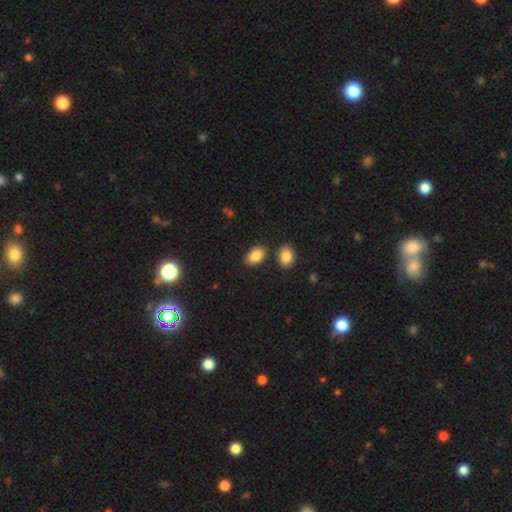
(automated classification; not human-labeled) smooth_or_featured: smooth (p=0.86) [alt: star or artifact p=0.08]
how_rounded: in between (p=0.89) [alt: round p=0.10]
merging: none (p=0.78) [alt: minor disturbance p=0.11]